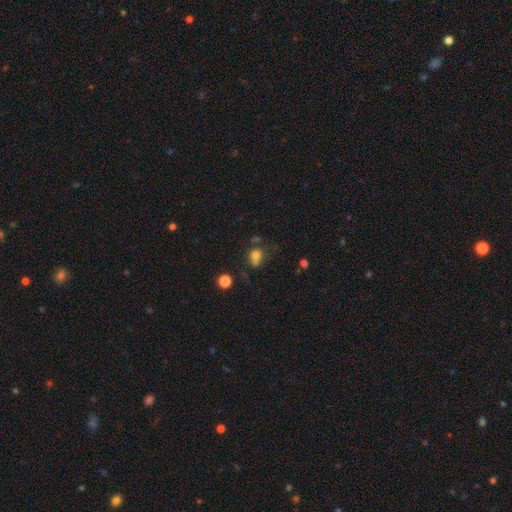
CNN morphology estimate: A smooth galaxy with no disk features (71%) that is round (71%).

Vote fractions:
- Smooth or featured? smooth: 71% / star or artifact: 16% / featured or disk: 13%
- How rounded? round: 71% / in between: 28% / cigar-shaped: 1%
- Merging? none: 43% / merger: 28% / minor disturbance: 17% / major disturbance: 12%